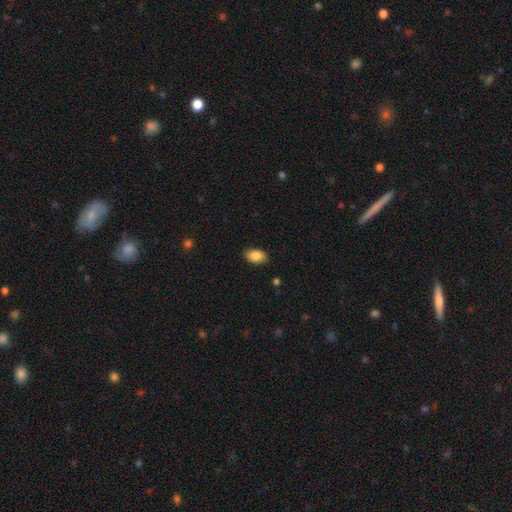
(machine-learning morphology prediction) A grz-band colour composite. It shows a smooth galaxy with no disk features (87%) that is in between round and cigar-shaped (90%). Merging: none (86%).